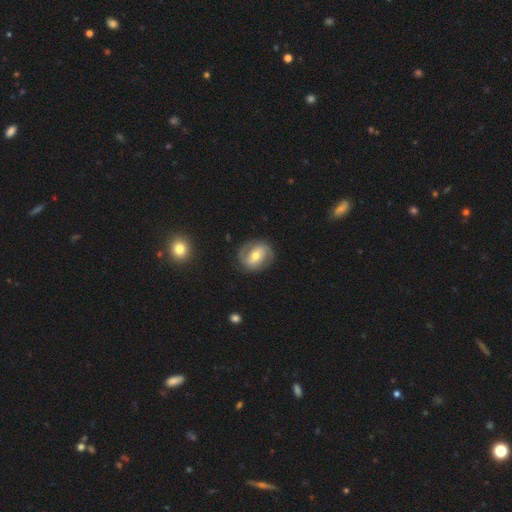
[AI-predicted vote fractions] This is likely a featured or disk galaxy (71%). It is clearly not viewed edge-on (97%). Bar: marginally weak (38%). Spiral arm pattern: clearly yes (83%). Spiral arm count: clearly 2 (84%). Spiral winding: marginally medium (44%). Central bulge: likely moderate (66%). Merging: likely none (79%).